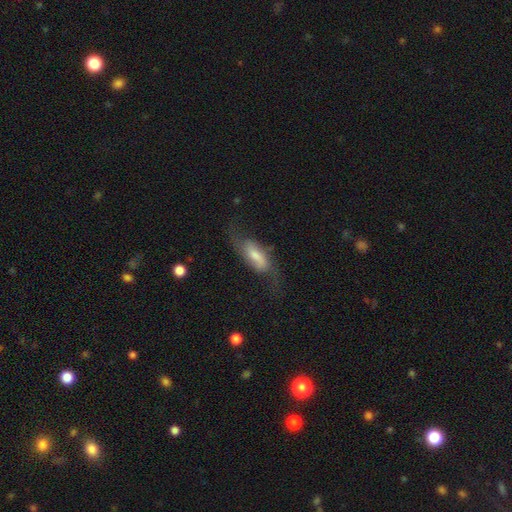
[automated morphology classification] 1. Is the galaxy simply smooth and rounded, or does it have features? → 58% featured or disk, 34% smooth, 8% star or artifact.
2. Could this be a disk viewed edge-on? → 84% no, 16% yes.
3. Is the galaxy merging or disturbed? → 59% none, 21% minor disturbance, 18% major disturbance, 2% merger.